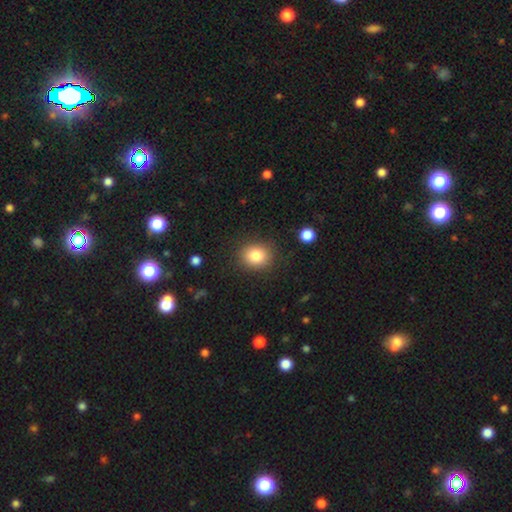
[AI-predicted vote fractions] A smooth galaxy with no disk features (83%) that is round (69%).

Vote fractions:
- Smooth or featured? smooth: 83% / star or artifact: 10% / featured or disk: 7%
- How rounded? round: 69% / in between: 30% / cigar-shaped: 1%
- Merging? none: 86% / minor disturbance: 9% / major disturbance: 3% / merger: 2%